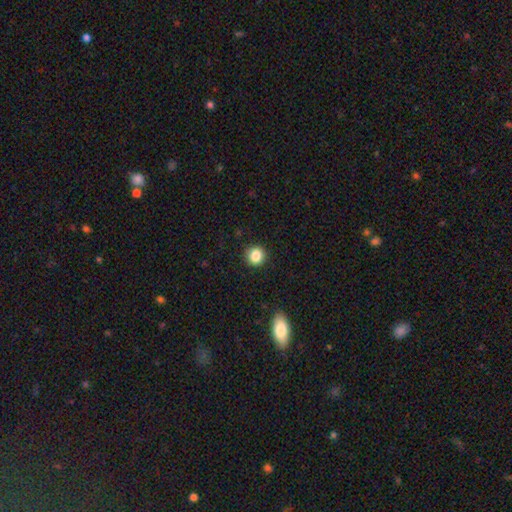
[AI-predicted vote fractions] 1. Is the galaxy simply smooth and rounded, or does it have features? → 85% smooth, 11% star or artifact, 5% featured or disk.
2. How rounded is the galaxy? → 89% round, 11% in between, 1% cigar-shaped.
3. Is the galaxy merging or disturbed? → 90% none, 7% minor disturbance, 2% major disturbance, 1% merger.